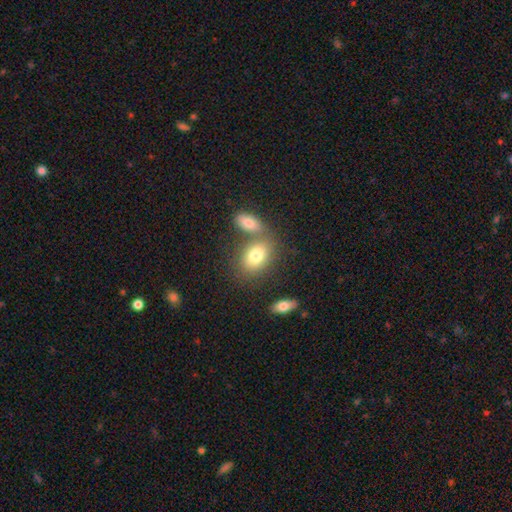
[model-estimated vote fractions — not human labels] Smooth or featured? Predicted: smooth (p=0.78). How rounded? Predicted: in between (p=0.76). Merging? Predicted: none (p=0.53).